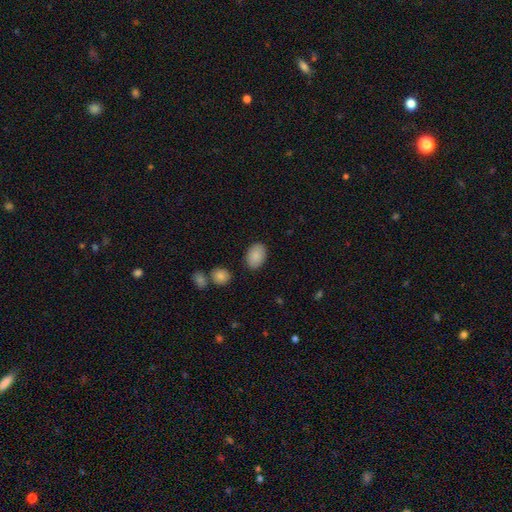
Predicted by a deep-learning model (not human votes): Morphology: type=smooth (87%); roundness=in between (86%); merging=none (85%).